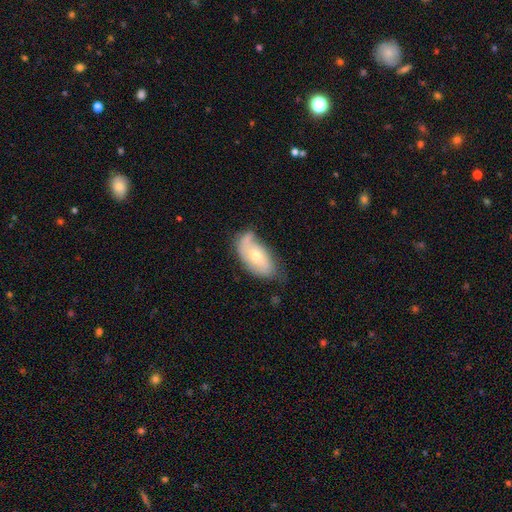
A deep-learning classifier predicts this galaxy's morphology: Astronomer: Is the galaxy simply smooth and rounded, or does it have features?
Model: smooth — 47% (runner-up: featured or disk, 46%).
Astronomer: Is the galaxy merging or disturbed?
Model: none — 46% (runner-up: minor disturbance, 35%).